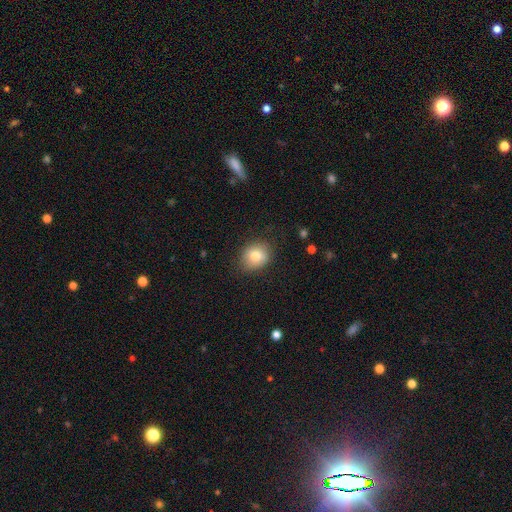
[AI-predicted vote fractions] smooth-or-featured: smooth: 80% | featured or disk: 11% | star or artifact: 9%
  how-rounded: round: 61% | in between: 38% | cigar-shaped: 1%
  merging: none: 82% | minor disturbance: 14% | major disturbance: 4% | merger: 1%